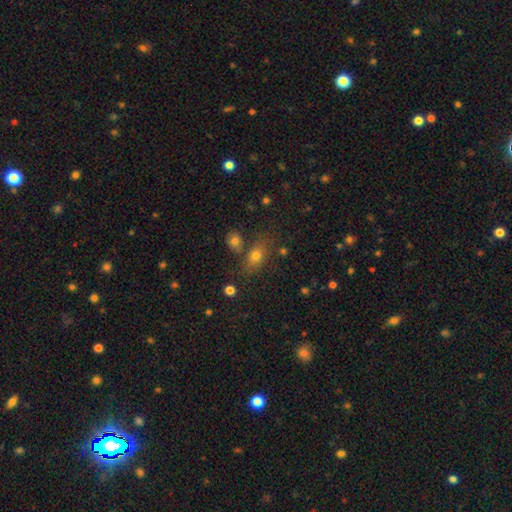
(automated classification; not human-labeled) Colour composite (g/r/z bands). It shows a smooth galaxy with no disk features (70%) that is in between round and cigar-shaped (70%). Merging: none (65%).